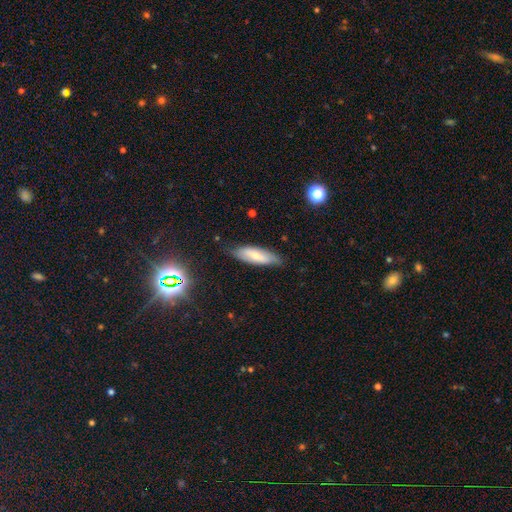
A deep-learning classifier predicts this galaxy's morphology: Smooth or featured? smooth (62%)
How rounded? in between (52%)
Merging? none (78%)